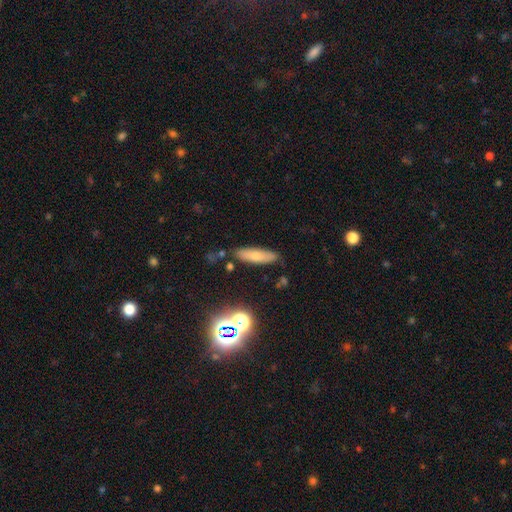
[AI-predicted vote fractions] Smooth or featured: smooth — 71% (featured or disk — 19%)
How rounded: cigar-shaped — 58% (in between — 39%)
Merging: none — 83% (minor disturbance — 12%)